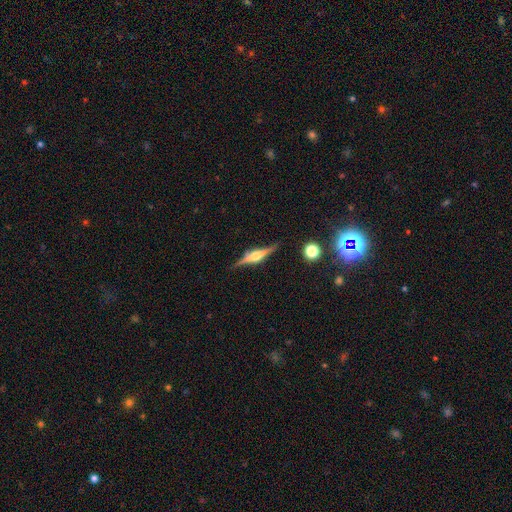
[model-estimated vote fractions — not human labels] featured or disk 80%, smooth 14%, star or artifact 6%. Down the decision tree: edge-on disk — yes (97%); edge-on bulge — rounded (88%); merging — none (85%).